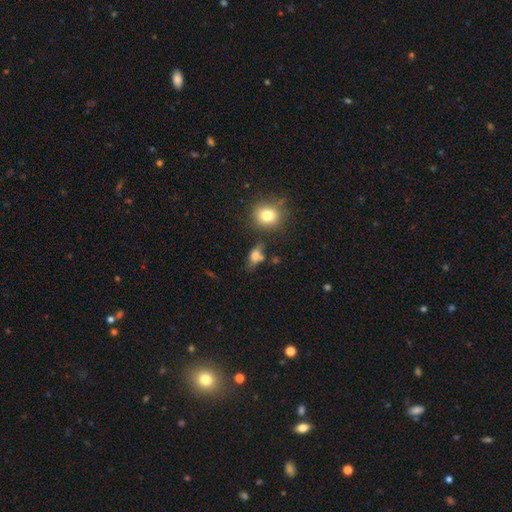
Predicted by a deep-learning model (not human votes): This is likely a smooth galaxy (72%). How rounded: likely in between (73%). Merging: possibly none (58%).